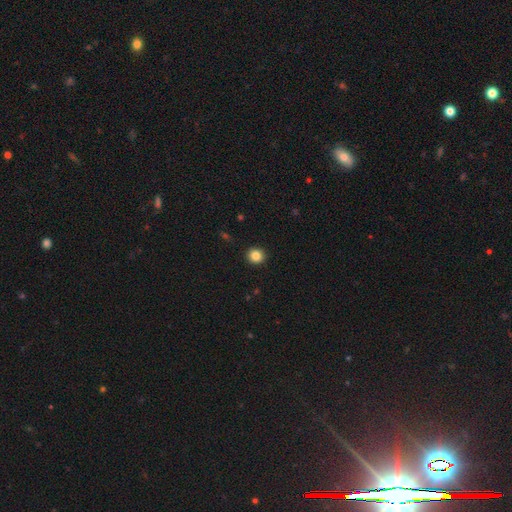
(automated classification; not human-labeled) The model was most divided on "smooth or featured": smooth: 85%, star or artifact: 10%, featured or disk: 5%. More confident: merging — none (93%); how rounded — round (88%).